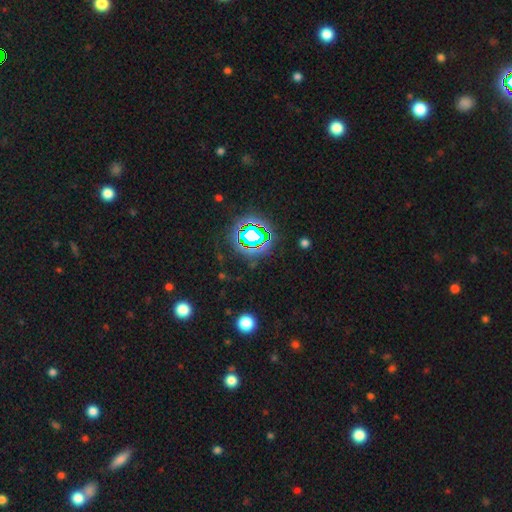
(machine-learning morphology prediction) Smooth or featured? Predicted: star or artifact (p=0.76).